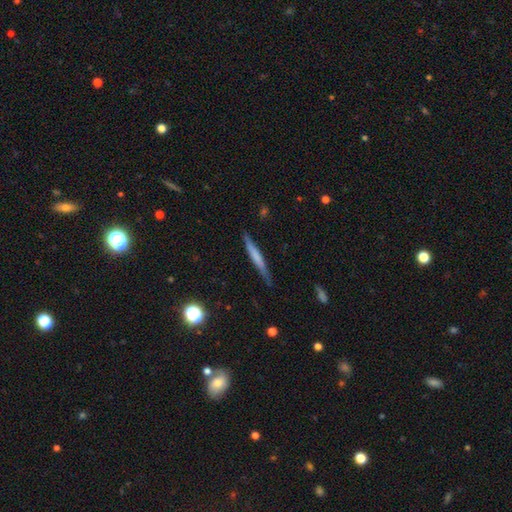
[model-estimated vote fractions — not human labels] A smooth galaxy with no disk features (53%) that is cigar-shaped (95%).

Vote fractions:
- Smooth or featured? smooth: 53% / featured or disk: 40% / star or artifact: 7%
- How rounded? cigar-shaped: 95% / in between: 4% / round: 2%
- Merging? none: 83% / minor disturbance: 13% / major disturbance: 3% / merger: 2%